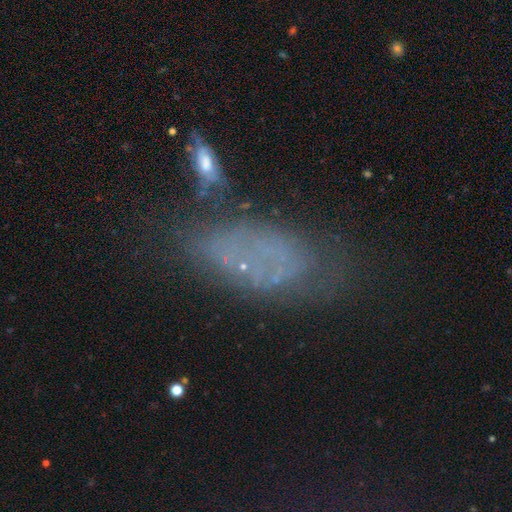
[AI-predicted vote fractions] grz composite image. It shows a featured or disk galaxy (42%). Merging: none (48%).